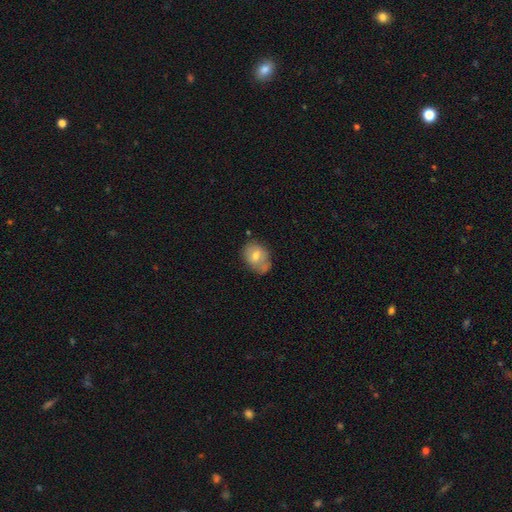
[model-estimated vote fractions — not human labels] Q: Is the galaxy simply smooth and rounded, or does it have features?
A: smooth — 66%.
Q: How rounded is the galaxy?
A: in between — 69%.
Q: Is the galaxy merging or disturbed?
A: none — 58%.